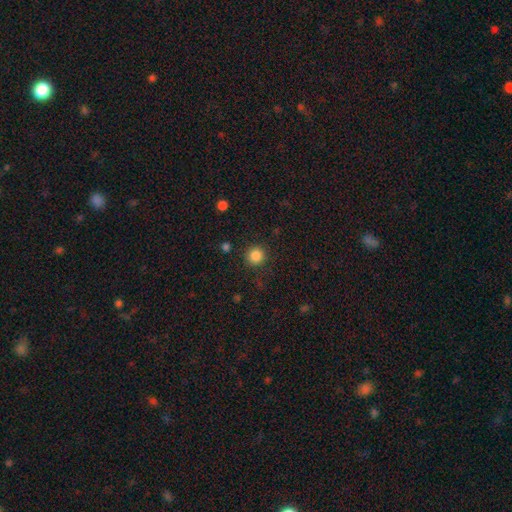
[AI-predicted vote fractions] Smooth or featured? Predicted: smooth (p=0.85). How rounded? Predicted: round (p=0.93). Merging? Predicted: none (p=0.89).